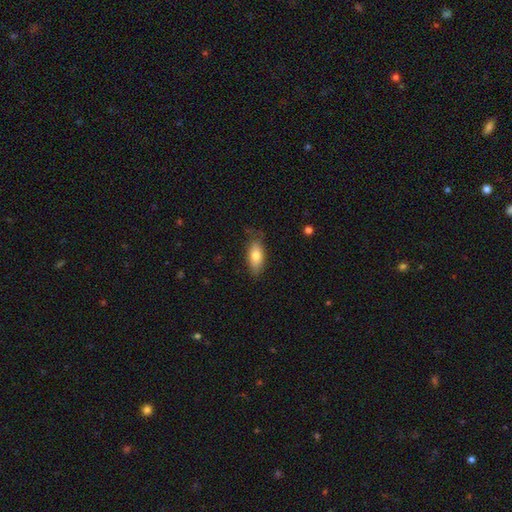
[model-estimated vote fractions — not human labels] Q: Smooth or featured?
A: smooth (77%); runner-up: featured or disk (16%)
Q: How rounded?
A: in between (83%); runner-up: cigar-shaped (15%)
Q: Merging?
A: none (73%); runner-up: minor disturbance (21%)